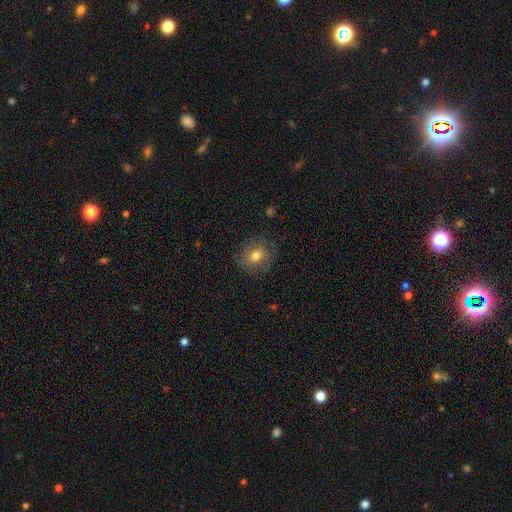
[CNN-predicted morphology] A smooth galaxy with no disk features (73%) that is round (68%). Merging: none (81%).